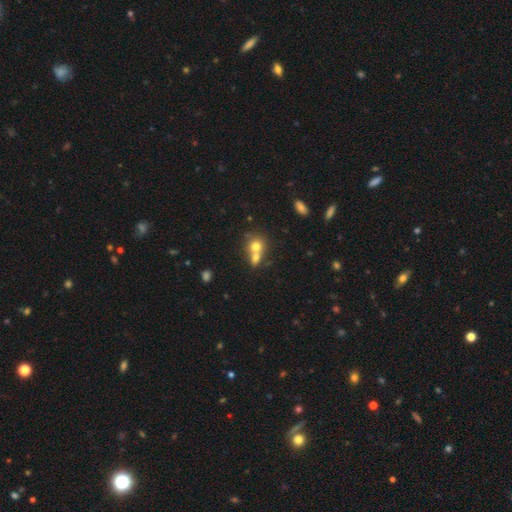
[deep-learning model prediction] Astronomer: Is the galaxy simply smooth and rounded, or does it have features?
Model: smooth — 67%.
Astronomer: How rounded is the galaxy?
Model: round — 73%.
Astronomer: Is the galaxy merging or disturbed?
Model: merger — 60%.